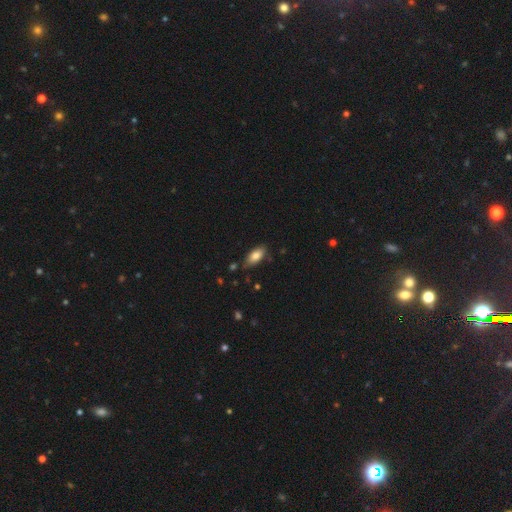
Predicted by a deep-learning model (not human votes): smooth 81%, featured or disk 12%, star or artifact 7%. Down the decision tree: how rounded — in between (88%); merging — none (74%).